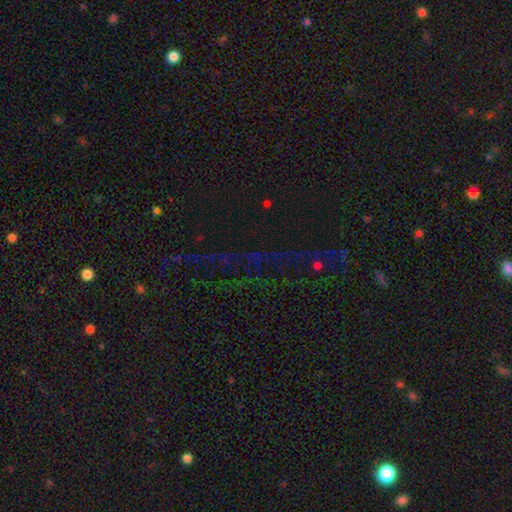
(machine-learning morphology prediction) Smooth or featured? Predicted: star or artifact (p=0.77).